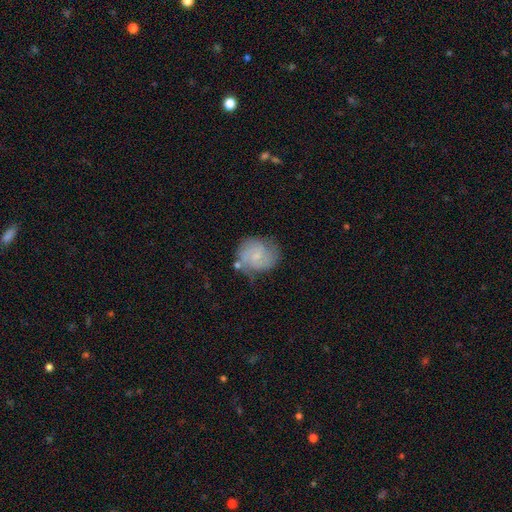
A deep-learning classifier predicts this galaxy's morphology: The model was most divided on "spiral winding": tight: 44%, medium: 41%, loose: 15%. More confident: edge-on disk — no (98%); spiral arms — yes (89%); bulge size — small (63%); smooth or featured — featured or disk (59%); merging — none (57%); spiral arm count — 2 (57%); bar — no (55%).